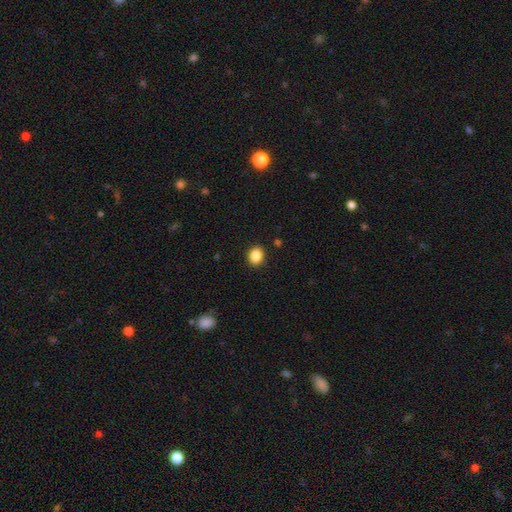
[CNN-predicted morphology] Q: Smooth or featured?
A: smooth (87%); runner-up: star or artifact (9%)
Q: How rounded?
A: round (60%); runner-up: in between (39%)
Q: Merging?
A: none (91%); runner-up: minor disturbance (6%)